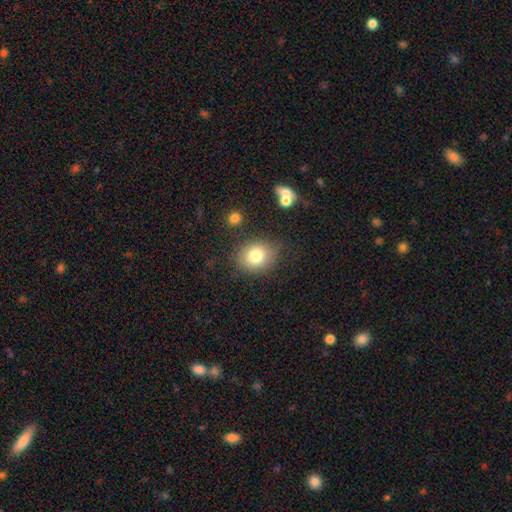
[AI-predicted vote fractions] This appears to be a smooth galaxy with no disk features (78%) that is round (64%). Merging: none (79%).